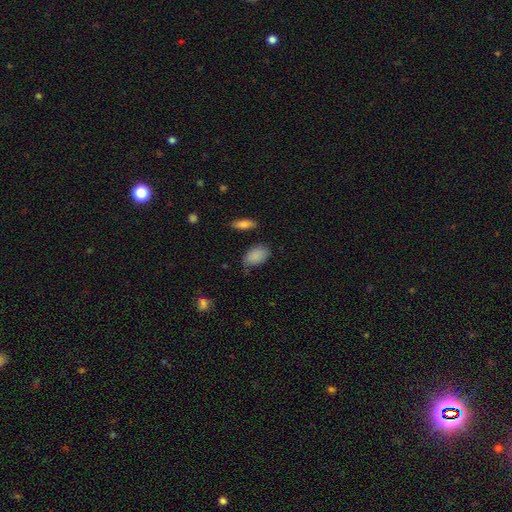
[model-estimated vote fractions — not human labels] Smooth or featured? Predicted: smooth (p=0.87). How rounded? Predicted: in between (p=0.91). Merging? Predicted: none (p=0.64).